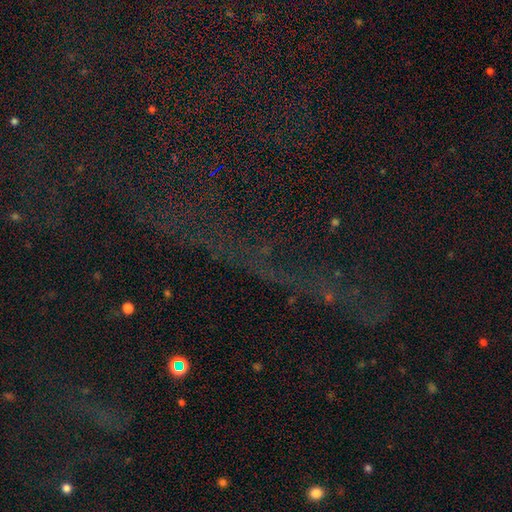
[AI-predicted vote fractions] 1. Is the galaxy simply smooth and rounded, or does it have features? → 76% star or artifact, 12% featured or disk, 12% smooth.